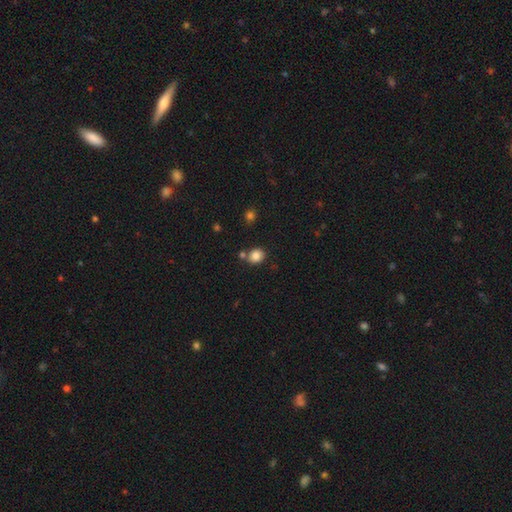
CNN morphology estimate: Smooth or featured? smooth (83%)
How rounded? round (68%)
Merging? none (71%)